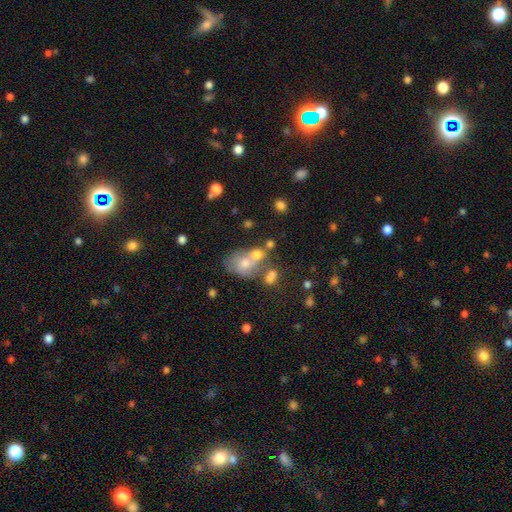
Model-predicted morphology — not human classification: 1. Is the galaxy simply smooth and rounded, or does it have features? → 58% smooth, 26% featured or disk, 16% star or artifact.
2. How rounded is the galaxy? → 63% in between, 36% round, 2% cigar-shaped.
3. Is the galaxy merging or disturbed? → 48% merger, 28% none, 14% minor disturbance, 10% major disturbance.